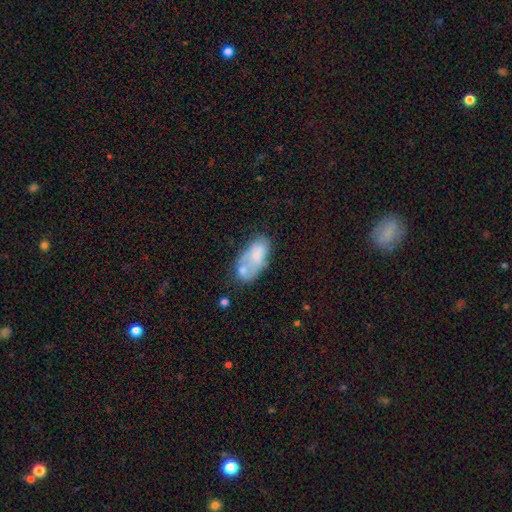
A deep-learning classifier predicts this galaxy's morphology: type=smooth (57%); roundness=in between (92%); merging=none (33%).